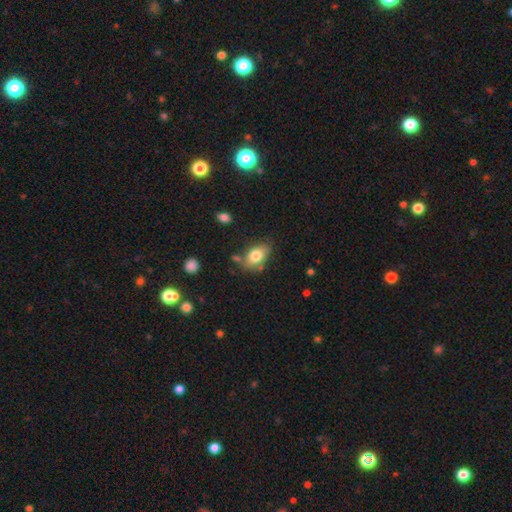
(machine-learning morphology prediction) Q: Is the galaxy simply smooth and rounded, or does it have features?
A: smooth — 78%.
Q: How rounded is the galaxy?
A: in between — 85%.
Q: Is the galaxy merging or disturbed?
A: none — 69%.